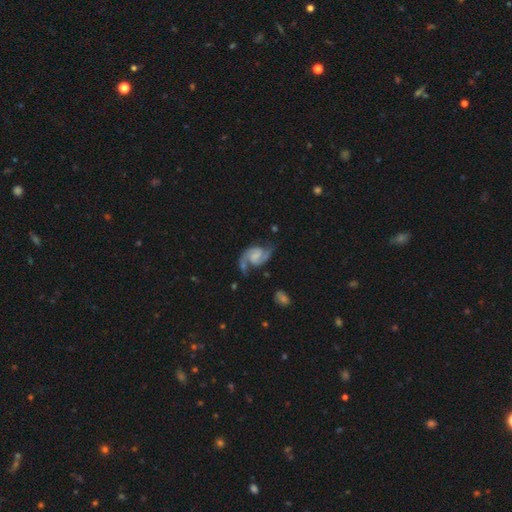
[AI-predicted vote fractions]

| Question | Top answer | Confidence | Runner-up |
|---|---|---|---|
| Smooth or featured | featured or disk | 90% | smooth (5%) |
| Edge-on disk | no | 98% | yes (2%) |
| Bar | no | 45% | weak (44%) |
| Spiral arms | yes | 98% | no (2%) |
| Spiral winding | medium | 54% | loose (30%) |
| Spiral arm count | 2 | 93% | 1 (2%) |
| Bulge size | small | 41% | none (33%) |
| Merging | none | 66% | minor disturbance (18%) |